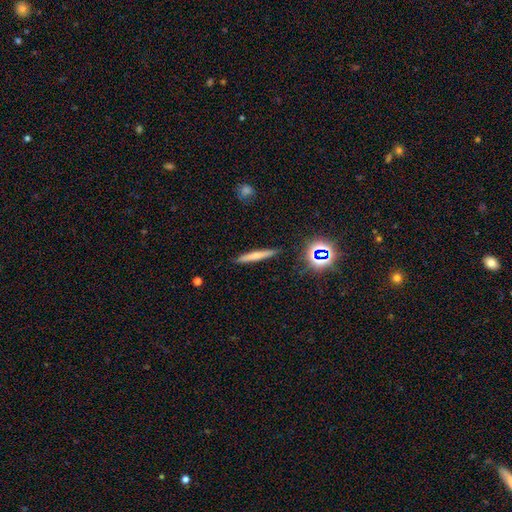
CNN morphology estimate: Overall: smooth (58%; featured or disk 32%). How rounded: cigar-shaped (93%). Merging: none (87%).